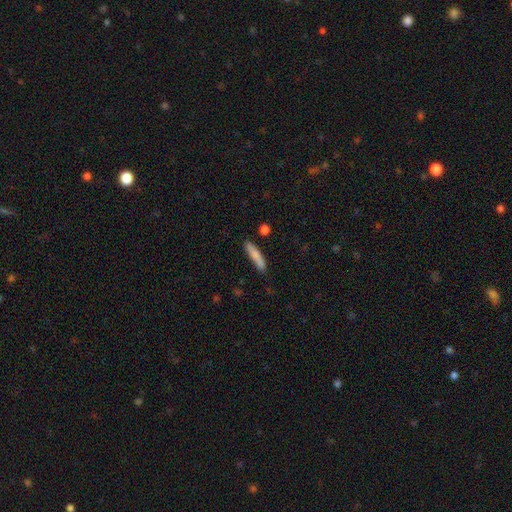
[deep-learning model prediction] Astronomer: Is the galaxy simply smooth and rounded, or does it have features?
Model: smooth — 79%.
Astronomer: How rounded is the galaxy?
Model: cigar-shaped — 86%.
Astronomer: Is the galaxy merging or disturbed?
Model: none — 81%.